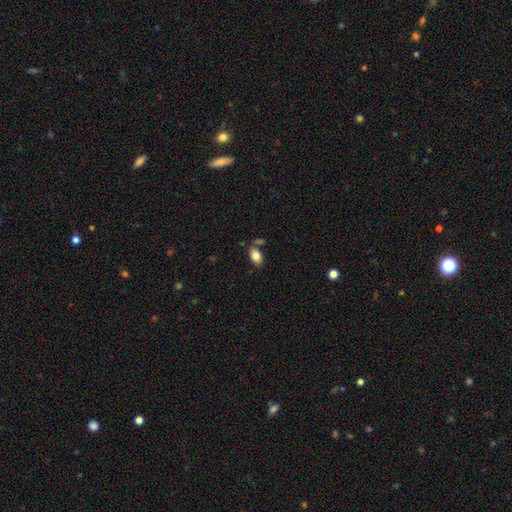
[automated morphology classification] Smooth or featured: smooth — 82% (featured or disk — 10%)
How rounded: in between — 91% (round — 7%)
Merging: none — 68% (merger — 14%)